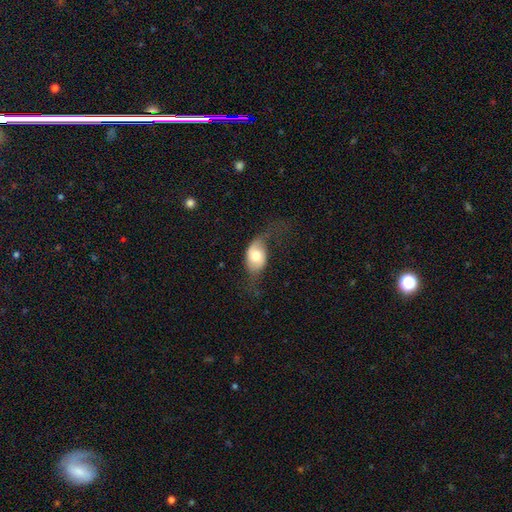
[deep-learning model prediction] A smooth galaxy with no disk features (57%) that is in between round and cigar-shaped (81%). Merging: none (38%).